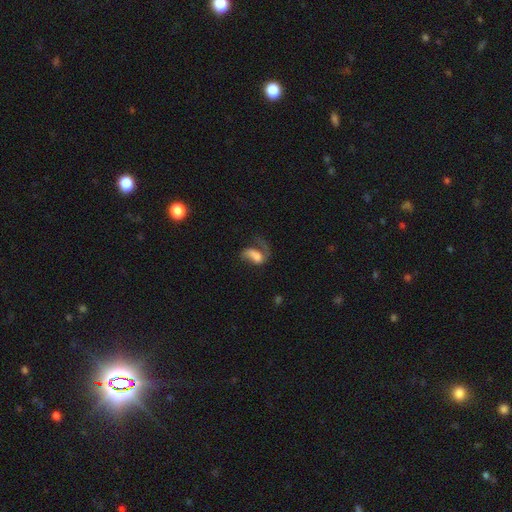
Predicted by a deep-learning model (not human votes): This is possibly a featured or disk galaxy (53%). It is clearly not viewed edge-on (96%). Bar: possibly no (56%). Spiral arm pattern: likely yes (75%). Central bulge: marginally moderate (30%). Merging: possibly major disturbance (53%).